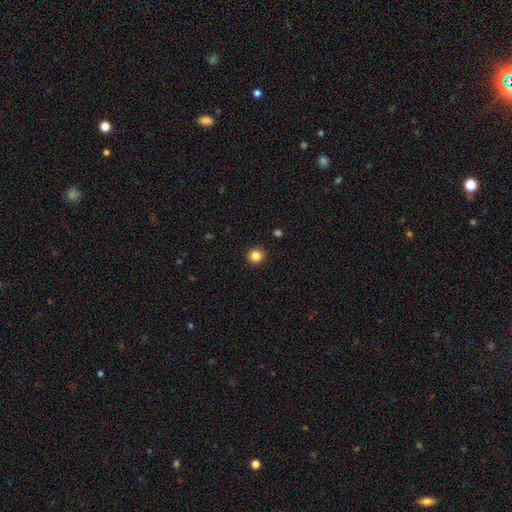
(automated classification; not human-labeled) This appears to be a smooth galaxy with no disk features (85%) that is round (94%). Merging: none (93%).